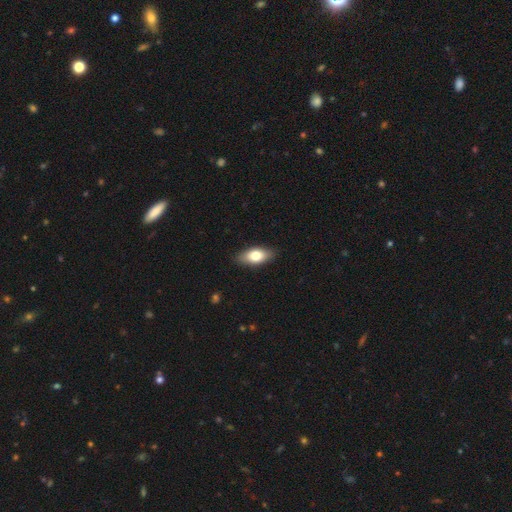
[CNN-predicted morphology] smooth 74%, featured or disk 19%, star or artifact 6%. Down the decision tree: how rounded — in between (88%); merging — none (87%).